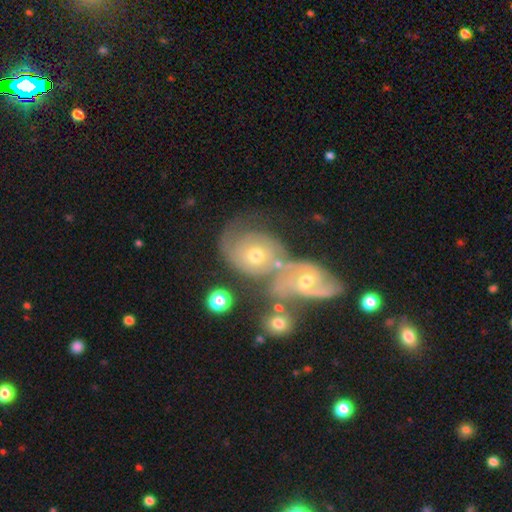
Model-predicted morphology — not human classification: smooth_or_featured: featured or disk (p=0.74) [alt: smooth p=0.18]
disk_edge_on: no (p=0.96) [alt: yes p=0.04]
bar: no (p=0.72) [alt: weak p=0.23]
has_spiral_arms: yes (p=0.93) [alt: no p=0.07]
spiral_winding: tight (p=0.46) [alt: medium p=0.40]
spiral_arm_count: 2 (p=0.62) [alt: can't tell p=0.16]
bulge_size: moderate (p=0.60) [alt: small p=0.35]
merging: merger (p=0.54) [alt: none p=0.27]